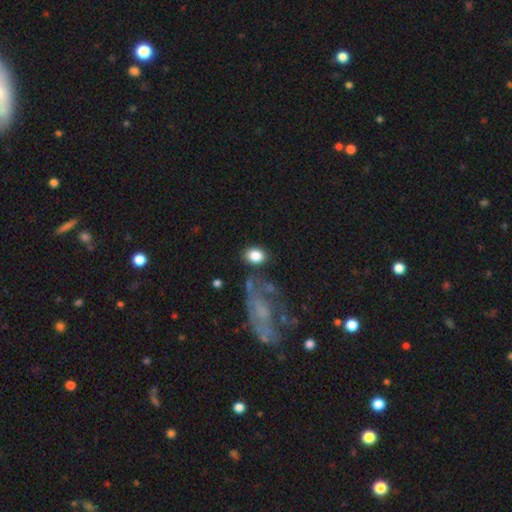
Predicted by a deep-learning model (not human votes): A smooth galaxy with no disk features (84%) that is in between round and cigar-shaped (69%). Merging: none (73%).